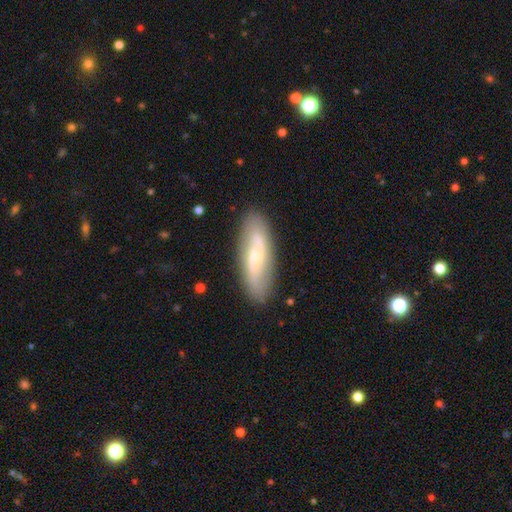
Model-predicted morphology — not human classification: Smooth or featured: featured or disk — 61% (smooth — 33%)
Edge-on disk: no — 81% (yes — 19%)
Merging: none — 85% (minor disturbance — 11%)